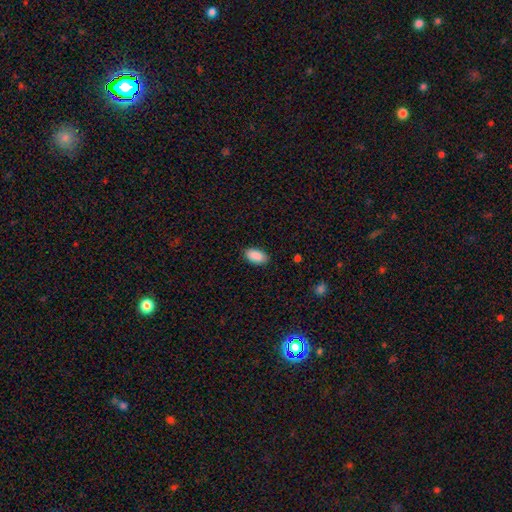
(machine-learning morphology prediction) Q: Smooth or featured?
A: smooth (90%); runner-up: star or artifact (6%)
Q: How rounded?
A: in between (95%); runner-up: round (3%)
Q: Merging?
A: none (87%); runner-up: minor disturbance (10%)